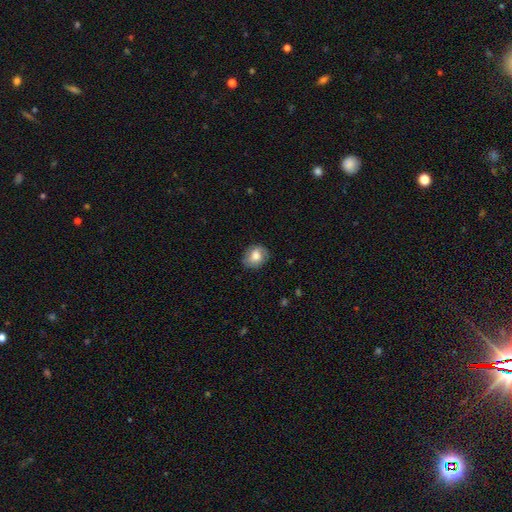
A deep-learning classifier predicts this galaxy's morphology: Smooth or featured?
  - smooth: 69% *
  - featured or disk: 23%
  - star or artifact: 8%
How rounded?
  - round: 57% *
  - in between: 42%
  - cigar-shaped: 1%
Merging?
  - none: 77% *
  - minor disturbance: 17%
  - major disturbance: 5%
  - merger: 1%